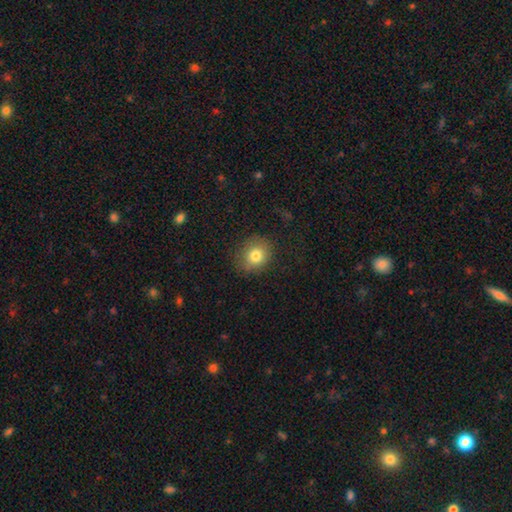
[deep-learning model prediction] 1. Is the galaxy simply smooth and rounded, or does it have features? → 80% smooth, 11% star or artifact, 9% featured or disk.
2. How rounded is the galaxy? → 76% round, 23% in between, 1% cigar-shaped.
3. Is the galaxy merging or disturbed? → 82% none, 13% minor disturbance, 4% major disturbance, 1% merger.